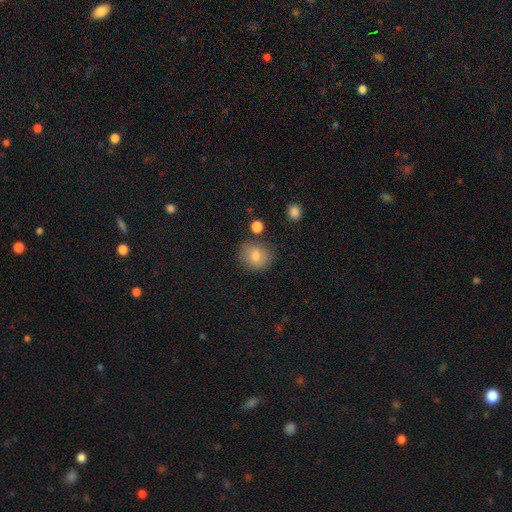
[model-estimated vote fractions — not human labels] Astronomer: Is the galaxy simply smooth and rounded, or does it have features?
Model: smooth — 78%.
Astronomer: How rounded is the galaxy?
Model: round — 71%.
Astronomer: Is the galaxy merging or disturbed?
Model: none — 79%.